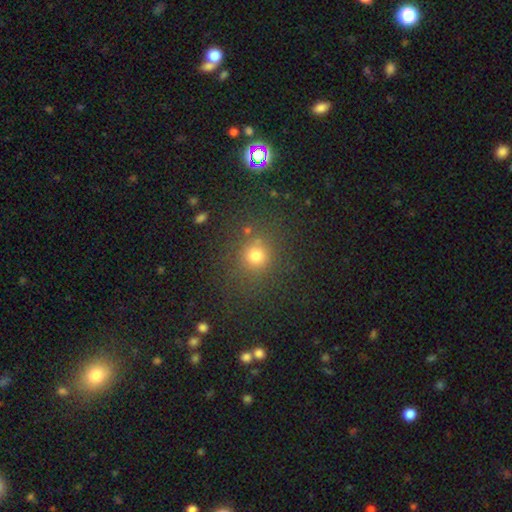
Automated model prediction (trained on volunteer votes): The model was most divided on "smooth or featured": smooth: 72%, star or artifact: 20%, featured or disk: 8%. More confident: how rounded — round (86%); merging — none (80%).